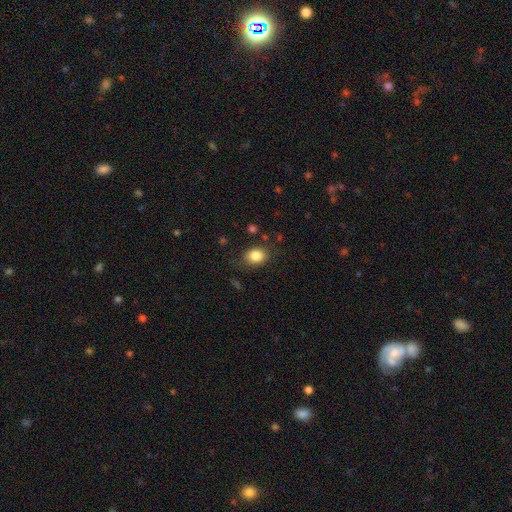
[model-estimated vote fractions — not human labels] smooth_or_featured: smooth (p=0.85) [alt: star or artifact p=0.09]
how_rounded: in between (p=0.66) [alt: round p=0.33]
merging: none (p=0.79) [alt: minor disturbance p=0.14]